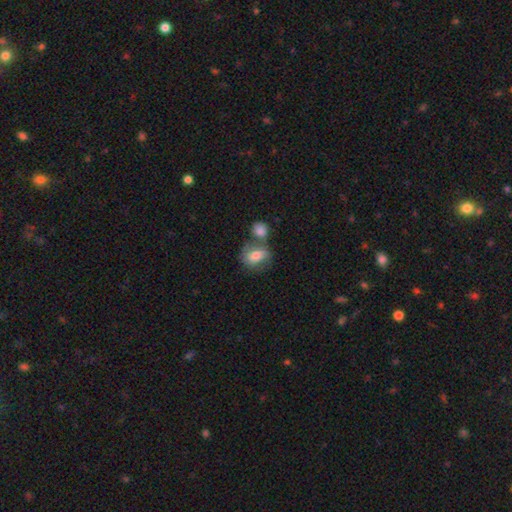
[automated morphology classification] Smooth or featured? Predicted: smooth (p=0.69). How rounded? Predicted: in between (p=0.57). Merging? Predicted: merger (p=0.42).